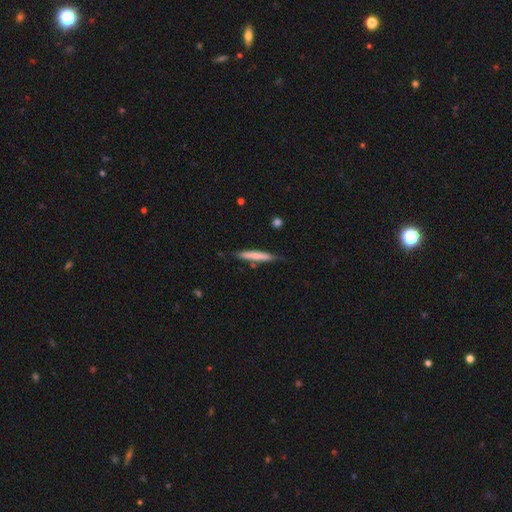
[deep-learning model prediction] A smooth galaxy with no disk features (69%) that is cigar-shaped (94%). Merging: none (77%).